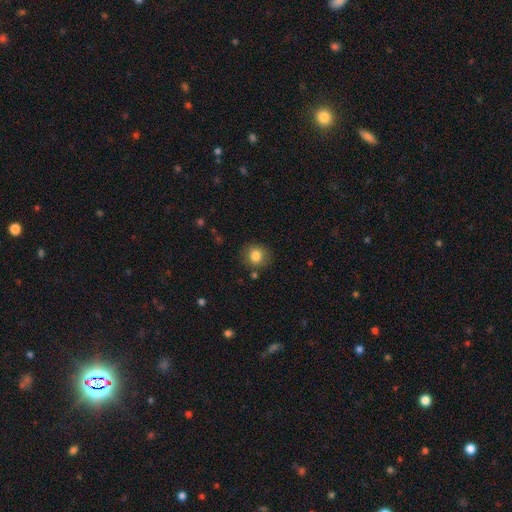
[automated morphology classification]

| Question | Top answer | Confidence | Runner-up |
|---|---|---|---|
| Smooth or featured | smooth | 83% | star or artifact (10%) |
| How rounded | round | 78% | in between (21%) |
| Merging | none | 82% | minor disturbance (12%) |